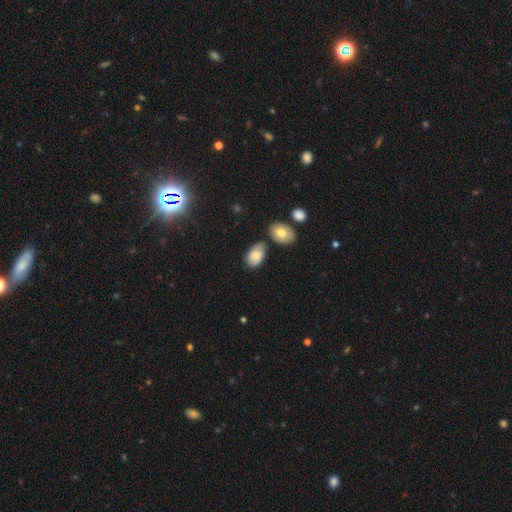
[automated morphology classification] type=smooth (78%); roundness=in between (92%); merging=none (63%).